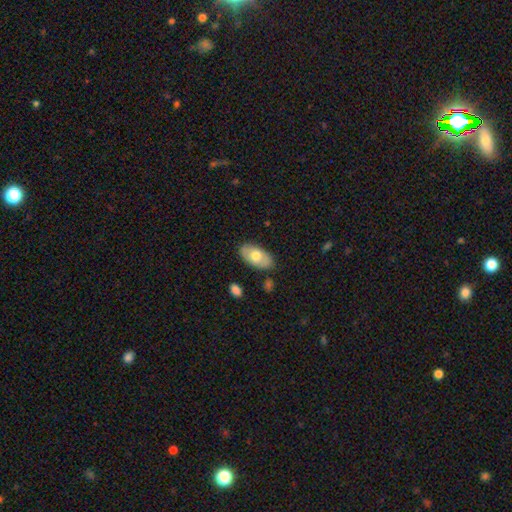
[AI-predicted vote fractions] smooth_or_featured: smooth (p=0.67) [alt: featured or disk p=0.28]
how_rounded: in between (p=0.94) [alt: round p=0.04]
merging: none (p=0.80) [alt: minor disturbance p=0.14]